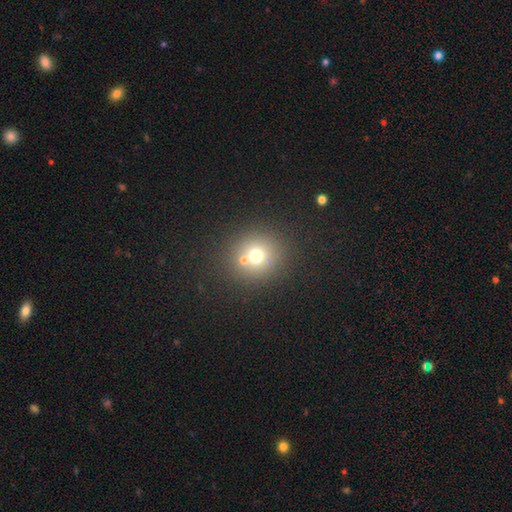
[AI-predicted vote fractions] A smooth galaxy with no disk features (68%) that is round (87%).

Vote fractions:
- Smooth or featured? smooth: 68% / star or artifact: 18% / featured or disk: 14%
- How rounded? round: 87% / in between: 12% / cigar-shaped: 1%
- Merging? none: 67% / merger: 21% / minor disturbance: 8% / major disturbance: 4%